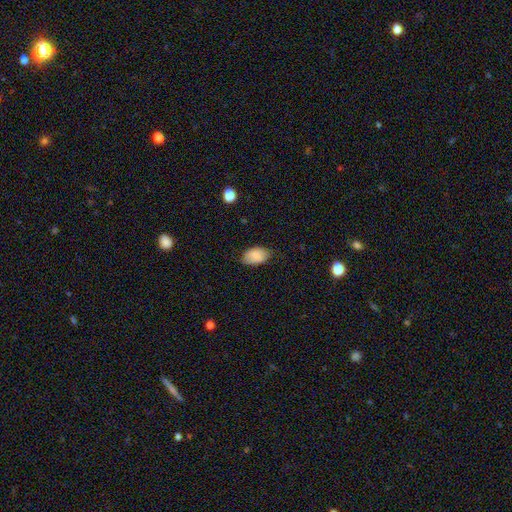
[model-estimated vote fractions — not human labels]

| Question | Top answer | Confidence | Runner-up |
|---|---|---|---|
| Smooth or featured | smooth | 86% | star or artifact (7%) |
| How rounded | in between | 91% | round (8%) |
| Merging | none | 73% | minor disturbance (22%) |